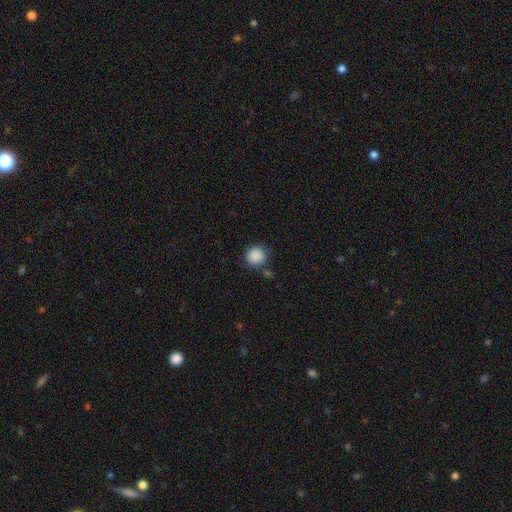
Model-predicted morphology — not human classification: smooth_or_featured: smooth (p=0.88) [alt: star or artifact p=0.09]
how_rounded: round (p=0.91) [alt: in between p=0.08]
merging: none (p=0.80) [alt: minor disturbance p=0.11]